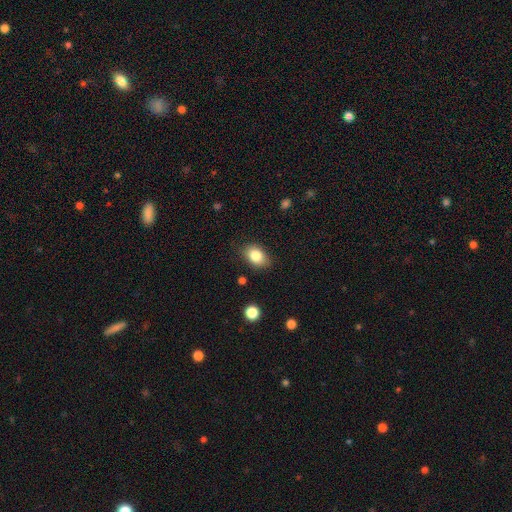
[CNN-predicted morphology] Smooth or featured?
  - smooth: 83% *
  - featured or disk: 9%
  - star or artifact: 9%
How rounded?
  - in between: 80% *
  - round: 19%
  - cigar-shaped: 1%
Merging?
  - none: 82% *
  - minor disturbance: 14%
  - major disturbance: 3%
  - merger: 1%